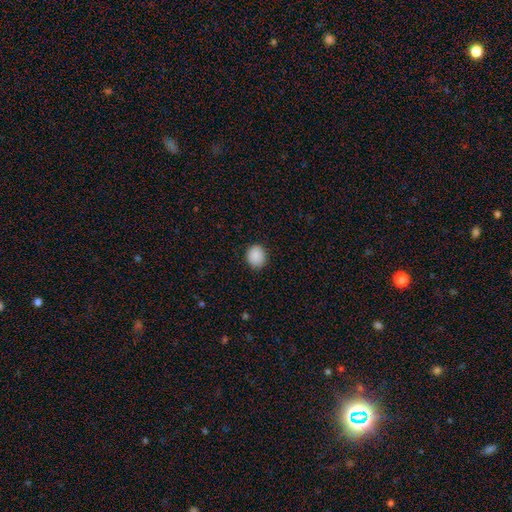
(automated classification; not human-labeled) Morphology: type=smooth (90%); roundness=round (69%); merging=none (88%).